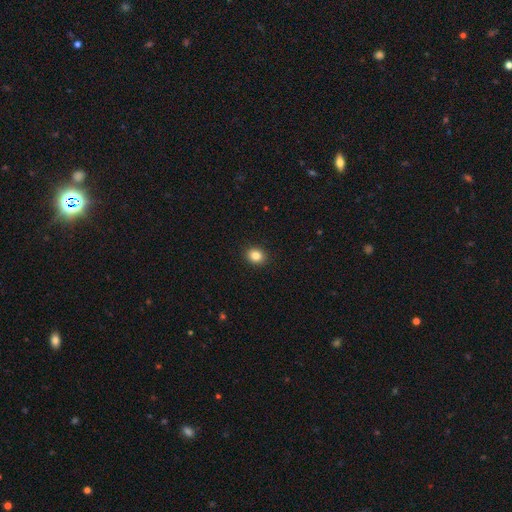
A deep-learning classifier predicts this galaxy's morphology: Smooth or featured?
  - smooth: 85% *
  - star or artifact: 10%
  - featured or disk: 5%
How rounded?
  - round: 60% *
  - in between: 39%
  - cigar-shaped: 1%
Merging?
  - none: 91% *
  - minor disturbance: 6%
  - major disturbance: 2%
  - merger: 1%